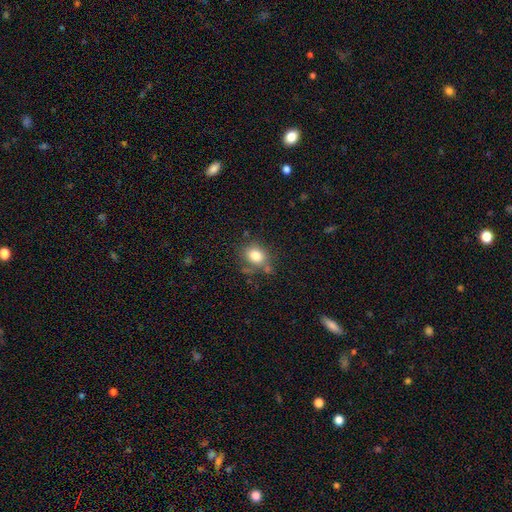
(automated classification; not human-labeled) The model was most divided on "how rounded": round: 58%, in between: 41%, cigar-shaped: 1%. More confident: smooth or featured — smooth (80%); merging — none (68%).